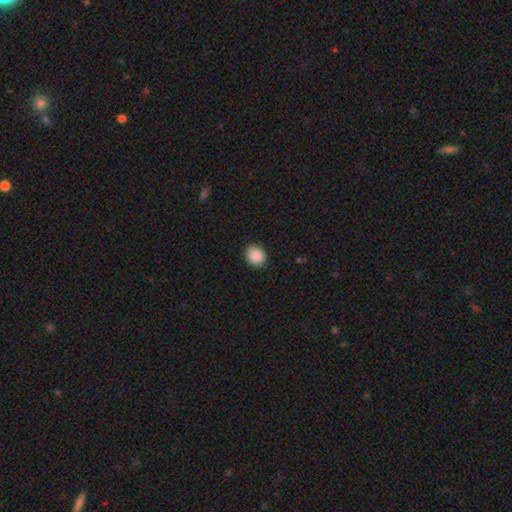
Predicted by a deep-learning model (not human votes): A smooth galaxy with no disk features (89%) that is round (68%).

Vote fractions:
- Smooth or featured? smooth: 89% / star or artifact: 8% / featured or disk: 3%
- How rounded? round: 68% / in between: 31% / cigar-shaped: 1%
- Merging? none: 89% / minor disturbance: 8% / major disturbance: 2% / merger: 1%